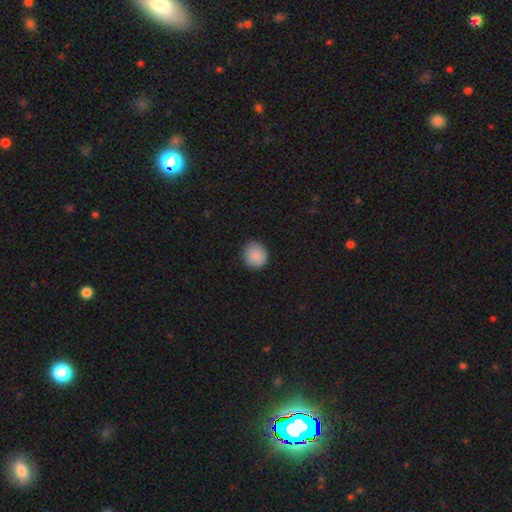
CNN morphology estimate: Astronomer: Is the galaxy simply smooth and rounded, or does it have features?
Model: smooth — 89%.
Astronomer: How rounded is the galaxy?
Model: round — 88%.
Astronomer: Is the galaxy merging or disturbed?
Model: none — 88%.